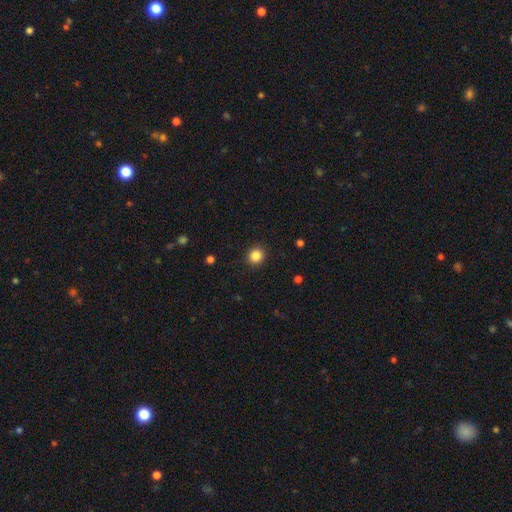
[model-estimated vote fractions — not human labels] smooth 86%, star or artifact 11%, featured or disk 4%. Down the decision tree: how rounded — round (90%); merging — none (92%).